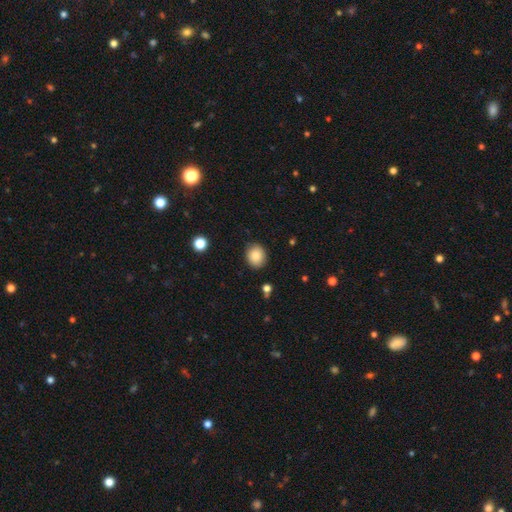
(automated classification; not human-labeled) Smooth or featured: smooth — 85% (star or artifact — 9%)
How rounded: round — 69% (in between — 30%)
Merging: none — 87% (minor disturbance — 9%)